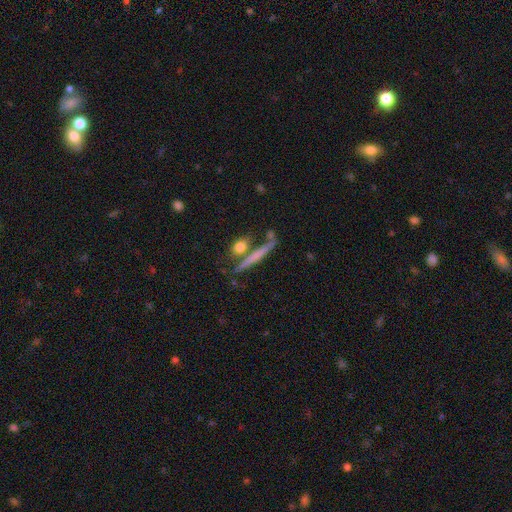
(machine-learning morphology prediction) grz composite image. It shows a smooth galaxy with no disk features (47%). Merging: none (69%).